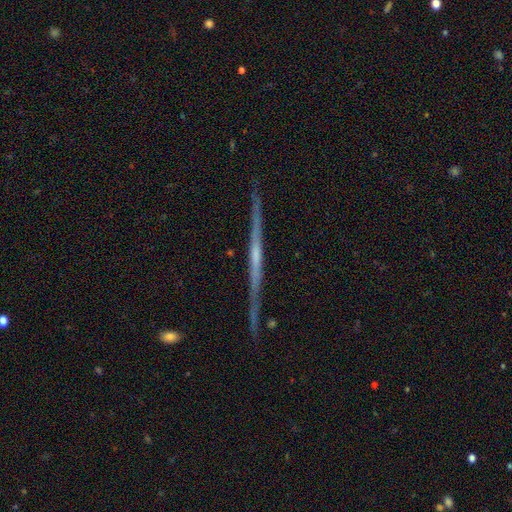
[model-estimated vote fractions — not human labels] smooth-or-featured: featured or disk: 77% | smooth: 16% | star or artifact: 7%
  disk-edge-on: yes: 98% | no: 2%
    edge-on-bulge: none: 63% | rounded: 26% | boxy: 11%
  merging: none: 88% | minor disturbance: 9% | major disturbance: 2% | merger: 1%